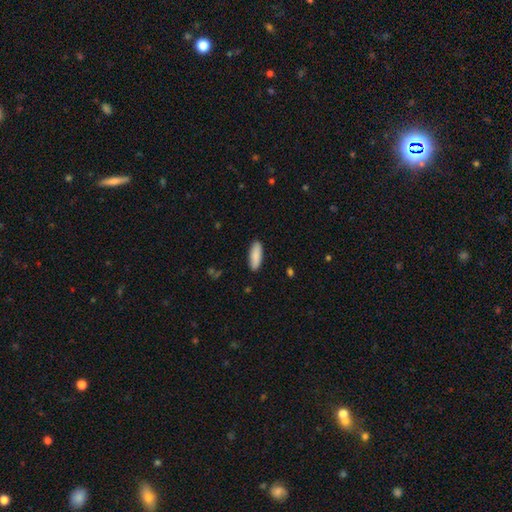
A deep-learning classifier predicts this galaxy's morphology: This appears to be a smooth galaxy with no disk features (88%) that is in between round and cigar-shaped (60%). Merging: none (89%).